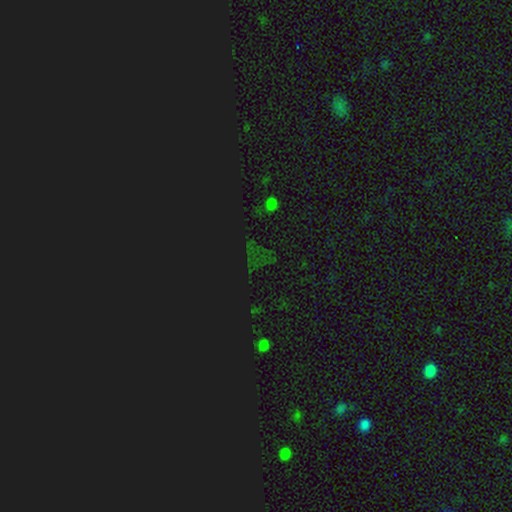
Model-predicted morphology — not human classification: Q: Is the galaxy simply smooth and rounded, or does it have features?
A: star or artifact — 77%.